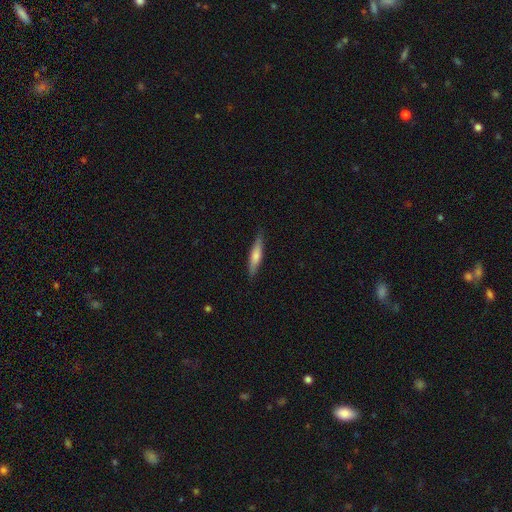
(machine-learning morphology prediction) type=smooth (53%); roundness=cigar-shaped (88%); merging=none (87%).